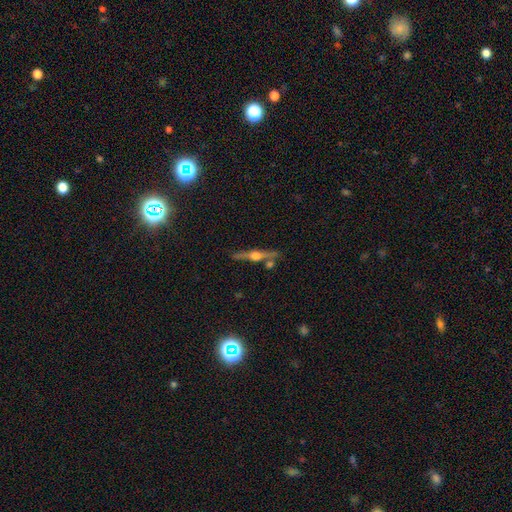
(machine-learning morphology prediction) This appears to be a featured or disk galaxy (78%) viewed edge-on (97%) with a rounded central bulge (95%). Merging: none (79%).